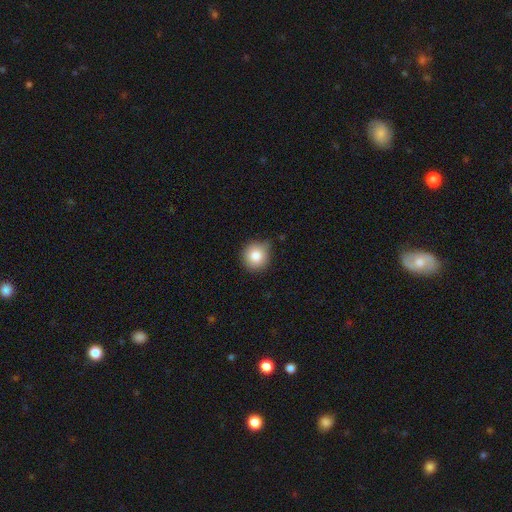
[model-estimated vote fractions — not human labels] smooth_or_featured: smooth (p=0.85) [alt: star or artifact p=0.09]
how_rounded: round (p=0.91) [alt: in between p=0.08]
merging: none (p=0.76) [alt: minor disturbance p=0.19]